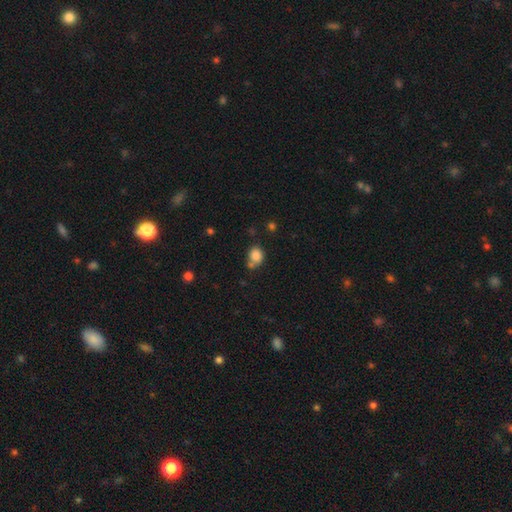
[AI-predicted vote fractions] smooth-or-featured: smooth: 84% | star or artifact: 10% | featured or disk: 6%
  how-rounded: round: 60% | in between: 39% | cigar-shaped: 1%
  merging: none: 52% | merger: 24% | minor disturbance: 18% | major disturbance: 6%